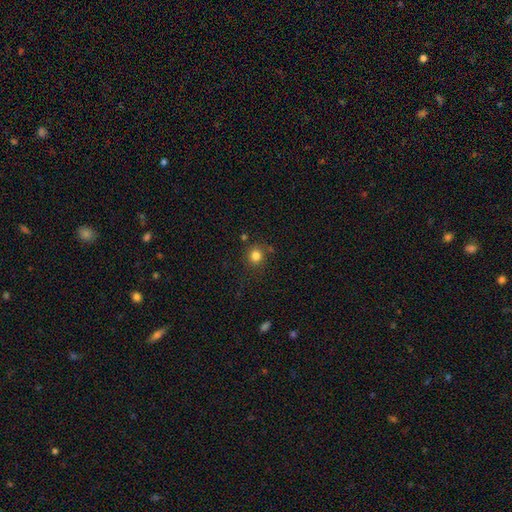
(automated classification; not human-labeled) This appears to be a smooth galaxy with no disk features (82%) that is round (88%). Merging: none (82%).